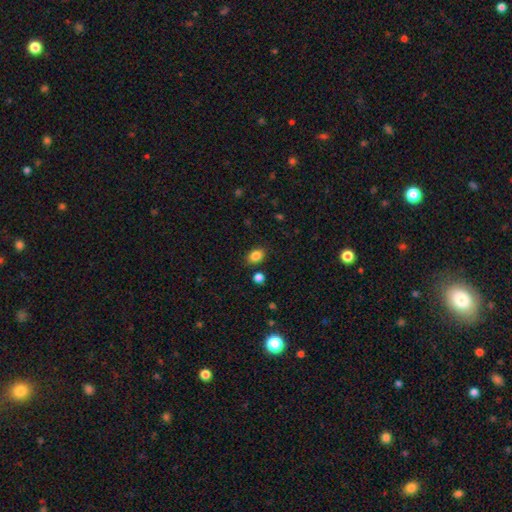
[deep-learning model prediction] Morphology: type=smooth (85%); roundness=in between (70%); merging=none (83%).